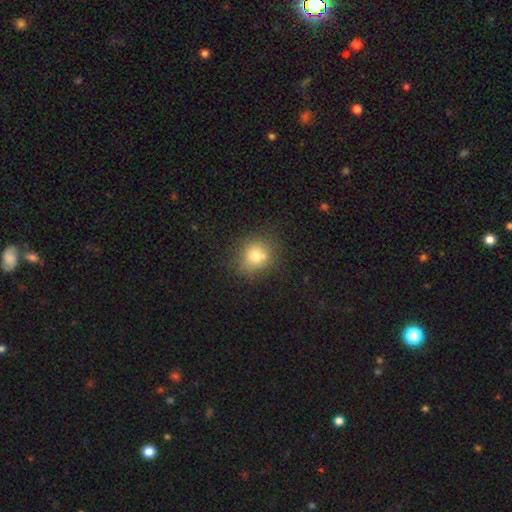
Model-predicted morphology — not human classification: smooth-or-featured: smooth: 74% | star or artifact: 13% | featured or disk: 12%
  how-rounded: round: 79% | in between: 20% | cigar-shaped: 1%
  merging: none: 71% | minor disturbance: 14% | merger: 11% | major disturbance: 5%